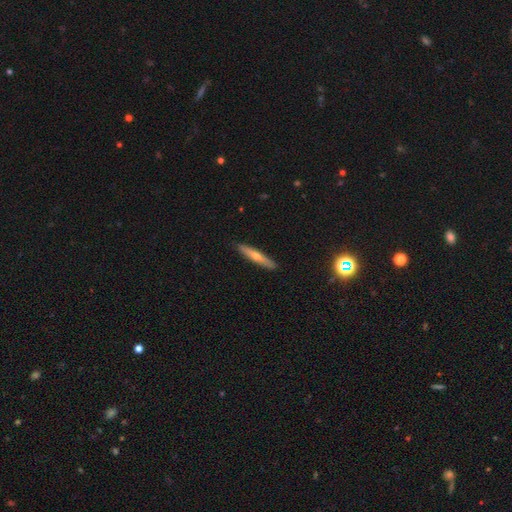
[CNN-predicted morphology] smooth_or_featured: featured or disk (p=0.50) [alt: smooth p=0.41]
disk_edge_on: yes (p=0.92) [alt: no p=0.08]
merging: none (p=0.91) [alt: minor disturbance p=0.07]